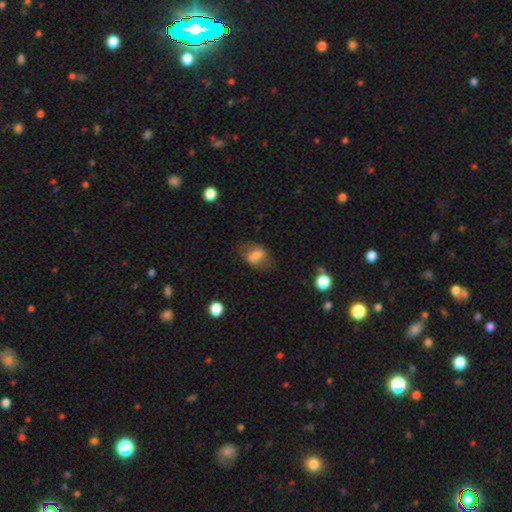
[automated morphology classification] A smooth galaxy with no disk features (62%) that is in between round and cigar-shaped (78%).

Vote fractions:
- Smooth or featured? smooth: 62% / featured or disk: 29% / star or artifact: 9%
- How rounded? in between: 78% / round: 18% / cigar-shaped: 4%
- Merging? none: 61% / minor disturbance: 22% / major disturbance: 15% / merger: 2%